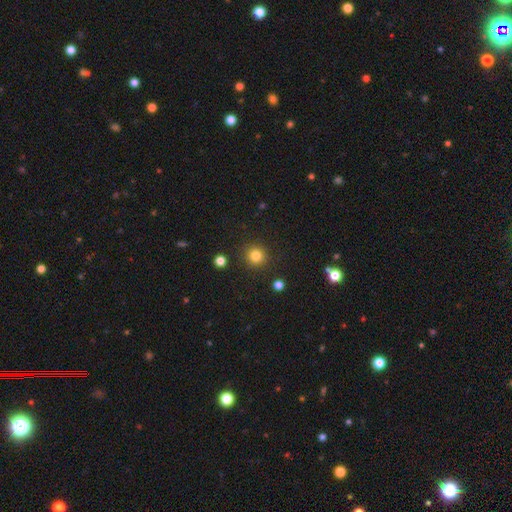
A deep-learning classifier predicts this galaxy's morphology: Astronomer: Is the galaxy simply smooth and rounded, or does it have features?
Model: smooth — 82%.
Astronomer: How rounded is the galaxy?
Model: round — 93%.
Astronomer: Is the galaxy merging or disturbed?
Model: none — 90%.